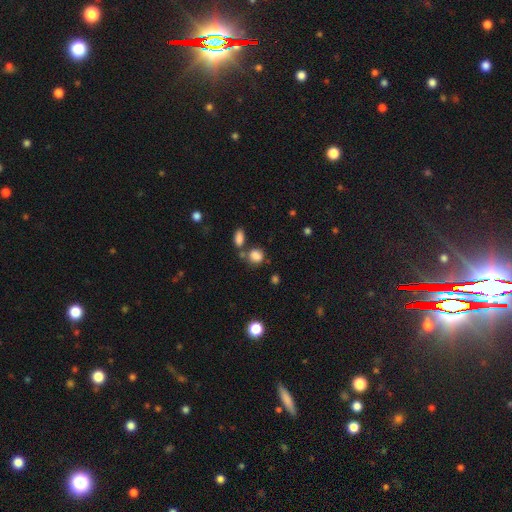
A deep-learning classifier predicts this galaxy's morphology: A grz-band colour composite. It shows a smooth galaxy with no disk features (83%) that is round (62%). Merging: none (57%).